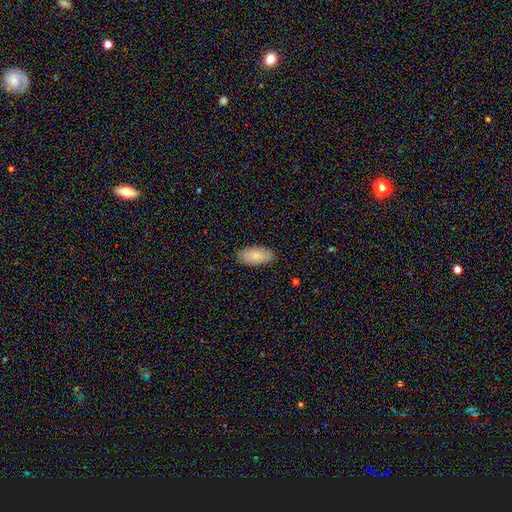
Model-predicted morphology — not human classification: The model was most divided on "smooth or featured": smooth: 84%, featured or disk: 10%, star or artifact: 6%. More confident: how rounded — in between (93%); merging — none (87%).